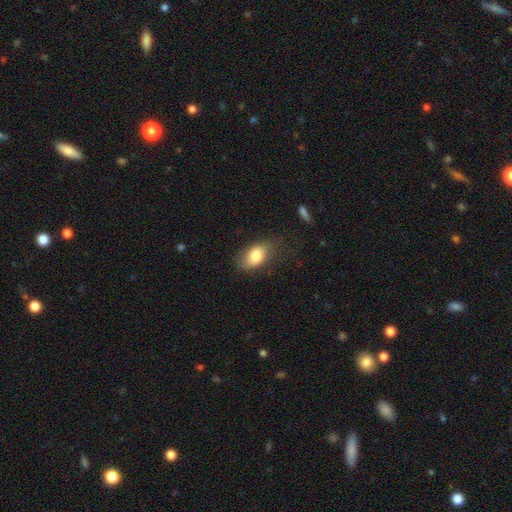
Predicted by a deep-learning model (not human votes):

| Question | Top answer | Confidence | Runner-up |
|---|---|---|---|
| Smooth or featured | smooth | 78% | featured or disk (15%) |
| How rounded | in between | 89% | round (7%) |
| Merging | none | 66% | minor disturbance (25%) |